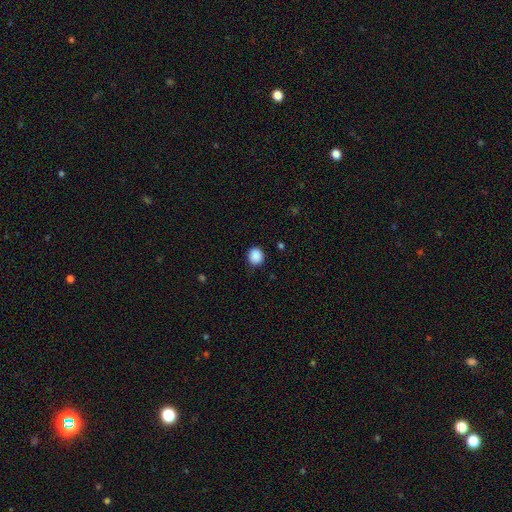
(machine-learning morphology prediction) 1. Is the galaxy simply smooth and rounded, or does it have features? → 89% smooth, 9% star or artifact, 2% featured or disk.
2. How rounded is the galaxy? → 86% round, 13% in between, 1% cigar-shaped.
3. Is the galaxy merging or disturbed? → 87% none, 9% minor disturbance, 2% major disturbance, 1% merger.